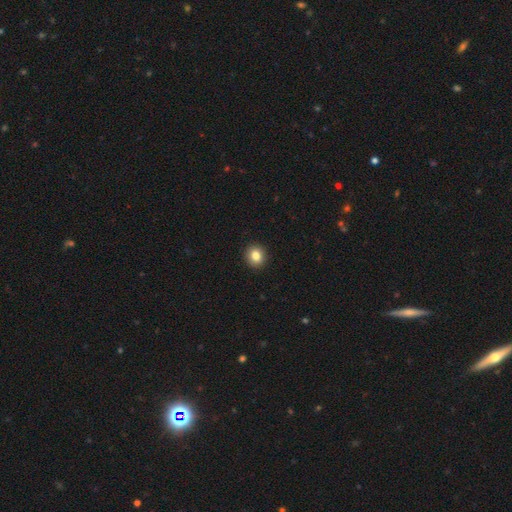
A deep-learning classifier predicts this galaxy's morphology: Smooth or featured: smooth — 84% (star or artifact — 10%)
How rounded: round — 86% (in between — 13%)
Merging: none — 93% (minor disturbance — 4%)